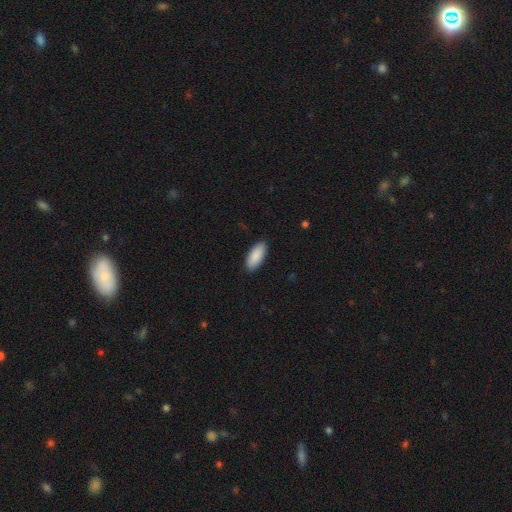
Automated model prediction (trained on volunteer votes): A smooth galaxy with no disk features (90%) that is in between round and cigar-shaped (86%).

Vote fractions:
- Smooth or featured? smooth: 90% / star or artifact: 5% / featured or disk: 4%
- How rounded? in between: 86% / cigar-shaped: 13% / round: 2%
- Merging? none: 89% / minor disturbance: 8% / major disturbance: 2% / merger: 1%